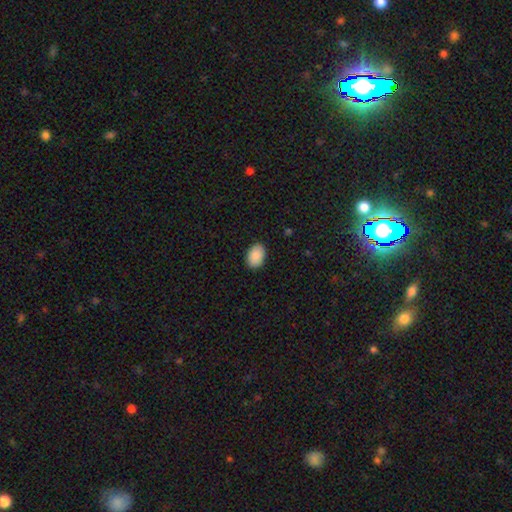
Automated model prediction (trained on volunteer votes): The model was most divided on "how rounded": in between: 86%, round: 13%, cigar-shaped: 1%. More confident: smooth or featured — smooth (90%); merging — none (89%).